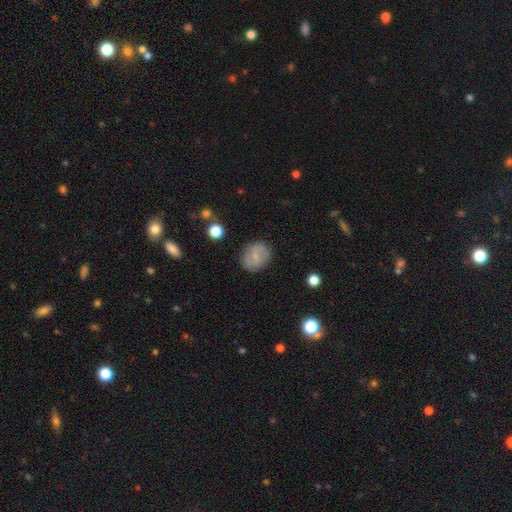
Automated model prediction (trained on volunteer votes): Q: Smooth or featured?
A: smooth (53%); runner-up: featured or disk (38%)
Q: How rounded?
A: round (61%); runner-up: in between (37%)
Q: Merging?
A: none (82%); runner-up: minor disturbance (12%)